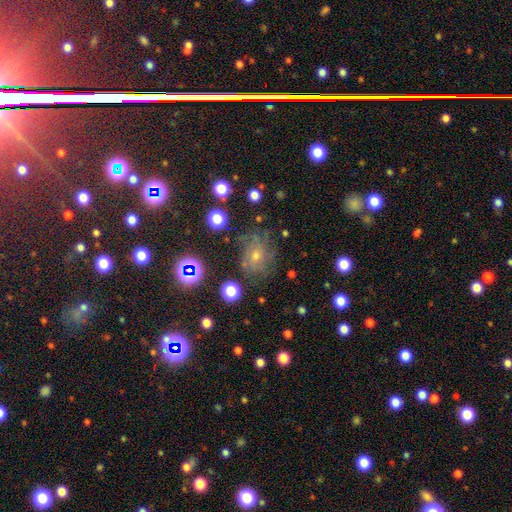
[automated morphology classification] Q: Smooth or featured?
A: featured or disk (46%); runner-up: star or artifact (32%)
Q: Merging?
A: none (71%); runner-up: minor disturbance (17%)